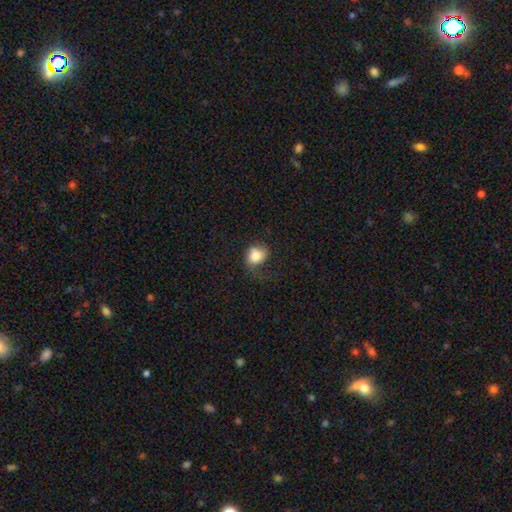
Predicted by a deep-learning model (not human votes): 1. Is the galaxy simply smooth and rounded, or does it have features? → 79% smooth, 12% featured or disk, 9% star or artifact.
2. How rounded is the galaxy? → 55% round, 44% in between, 1% cigar-shaped.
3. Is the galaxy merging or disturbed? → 44% none, 29% minor disturbance, 26% major disturbance, 2% merger.